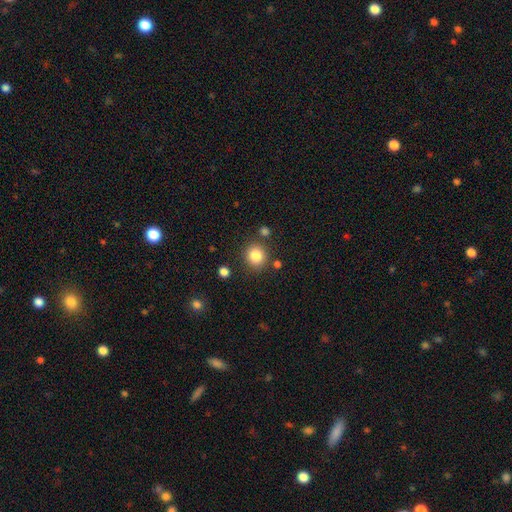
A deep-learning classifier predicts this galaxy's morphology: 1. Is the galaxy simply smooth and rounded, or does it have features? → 84% smooth, 11% star or artifact, 5% featured or disk.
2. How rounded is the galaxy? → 89% round, 10% in between, 1% cigar-shaped.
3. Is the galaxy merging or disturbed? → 83% none, 9% minor disturbance, 5% merger, 3% major disturbance.